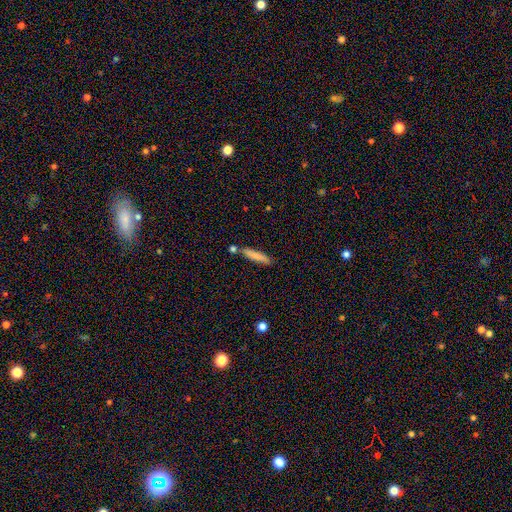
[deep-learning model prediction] The model was most divided on "smooth or featured": smooth: 77%, featured or disk: 17%, star or artifact: 7%. More confident: how rounded — cigar-shaped (88%); merging — none (75%).